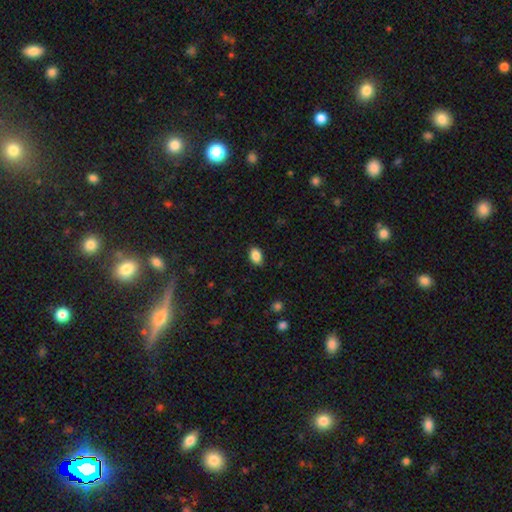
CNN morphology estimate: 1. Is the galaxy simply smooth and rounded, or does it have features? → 87% smooth, 9% star or artifact, 5% featured or disk.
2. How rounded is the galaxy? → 84% in between, 14% round, 1% cigar-shaped.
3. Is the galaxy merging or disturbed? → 84% none, 13% minor disturbance, 2% major disturbance, 1% merger.